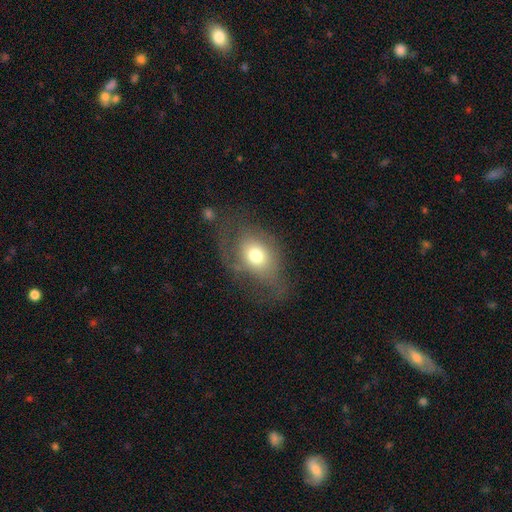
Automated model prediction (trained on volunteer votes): Smooth or featured? Predicted: smooth (p=0.63). How rounded? Predicted: in between (p=0.70). Merging? Predicted: none (p=0.49).